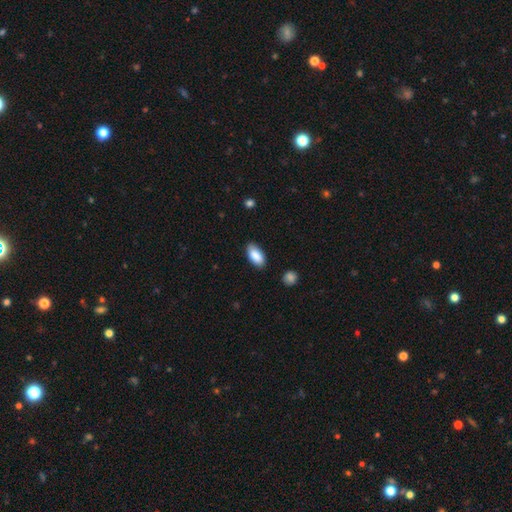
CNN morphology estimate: Smooth or featured? smooth (88%)
How rounded? in between (92%)
Merging? none (84%)